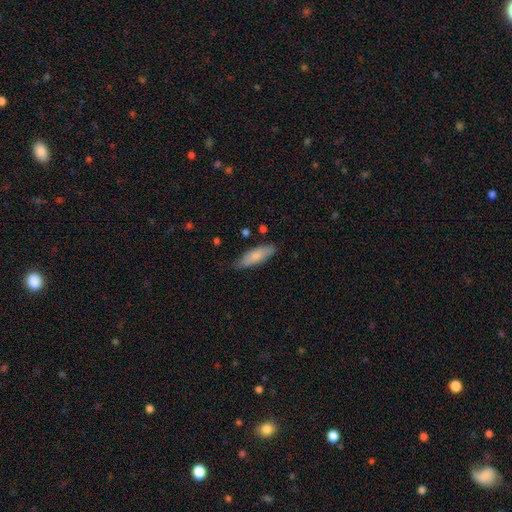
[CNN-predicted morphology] The model was most divided on "how rounded": in between: 54%, cigar-shaped: 45%, round: 2%. More confident: merging — none (79%); smooth or featured — smooth (79%).